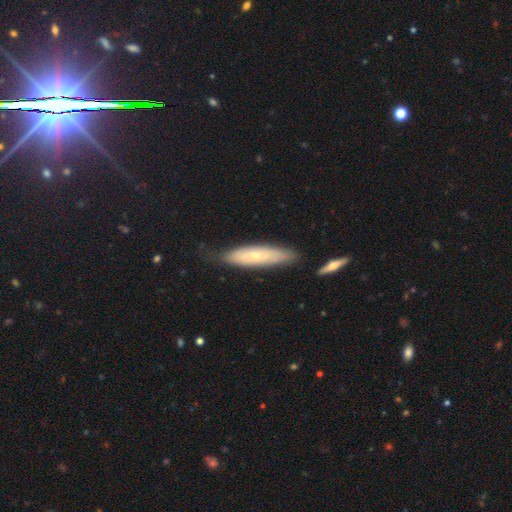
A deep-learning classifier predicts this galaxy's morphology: type=smooth (54%); roundness=cigar-shaped (70%); merging=none (69%).